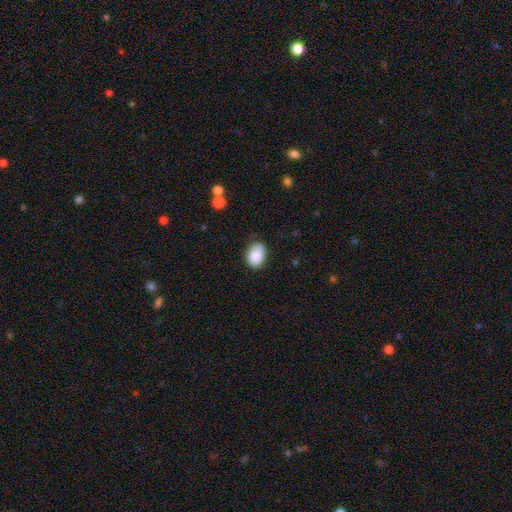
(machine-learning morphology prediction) smooth-or-featured: smooth: 83% | featured or disk: 9% | star or artifact: 7%
  how-rounded: in between: 78% | round: 21% | cigar-shaped: 1%
  merging: none: 68% | minor disturbance: 25% | major disturbance: 5% | merger: 2%